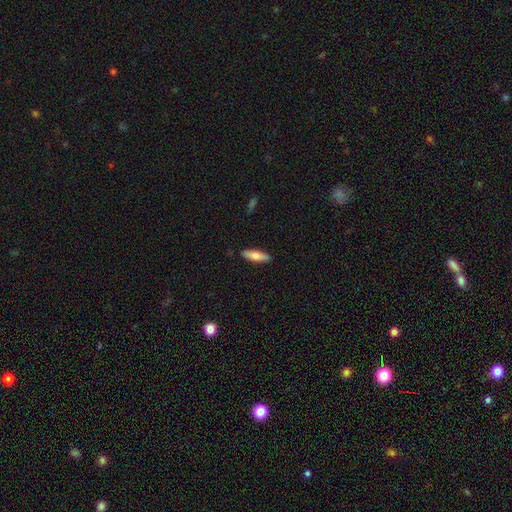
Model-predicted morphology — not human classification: Smooth or featured? smooth (78%)
How rounded? cigar-shaped (52%)
Merging? none (88%)